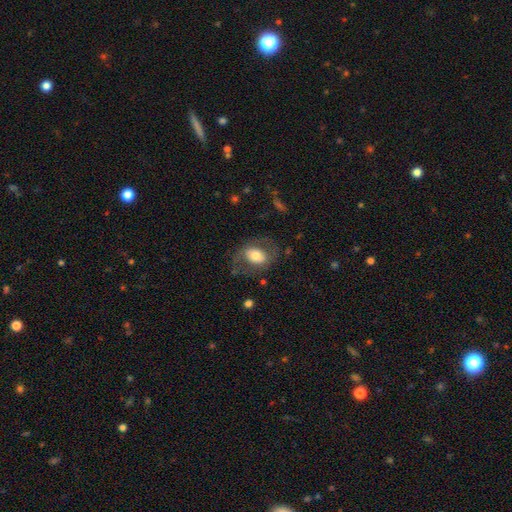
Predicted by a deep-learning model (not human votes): Smooth or featured?
  - smooth: 55% *
  - featured or disk: 37%
  - star or artifact: 7%
How rounded?
  - in between: 72% *
  - round: 27%
  - cigar-shaped: 1%
Merging?
  - none: 63% *
  - minor disturbance: 18%
  - major disturbance: 17%
  - merger: 2%